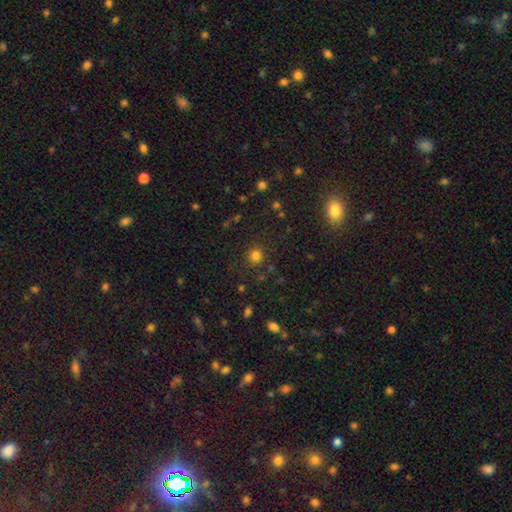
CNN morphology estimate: Smooth or featured? Predicted: smooth (p=0.79). How rounded? Predicted: round (p=0.91). Merging? Predicted: none (p=0.86).